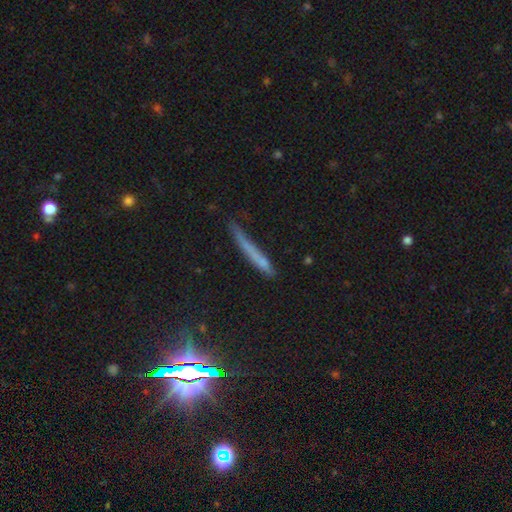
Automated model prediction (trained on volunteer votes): Smooth or featured? Predicted: smooth (p=0.56). How rounded? Predicted: cigar-shaped (p=0.95). Merging? Predicted: none (p=0.67).